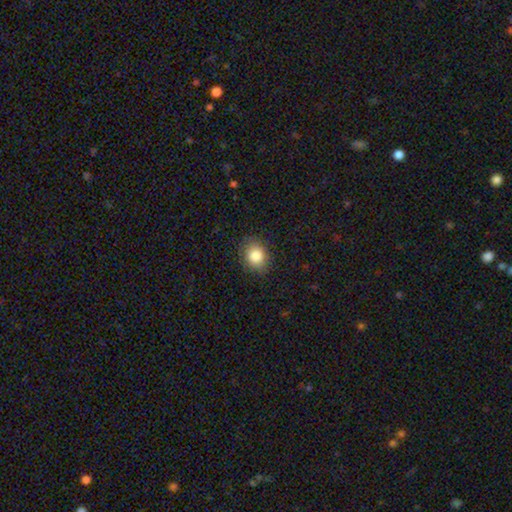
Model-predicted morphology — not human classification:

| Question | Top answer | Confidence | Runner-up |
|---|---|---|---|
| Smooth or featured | smooth | 85% | star or artifact (9%) |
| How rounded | round | 50% | in between (49%) |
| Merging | none | 85% | minor disturbance (11%) |